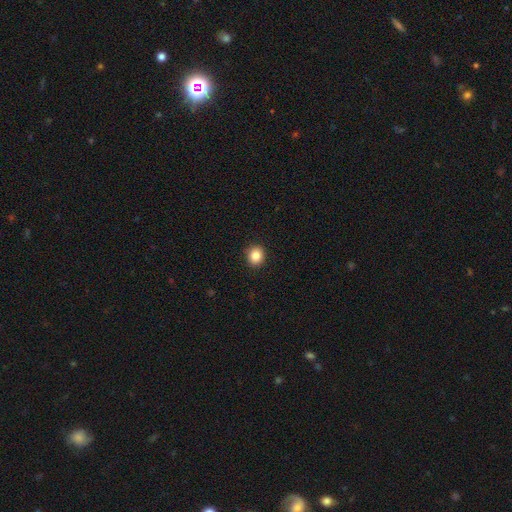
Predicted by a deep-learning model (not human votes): Q: Smooth or featured?
A: smooth (85%); runner-up: star or artifact (10%)
Q: How rounded?
A: round (82%); runner-up: in between (17%)
Q: Merging?
A: none (92%); runner-up: minor disturbance (5%)